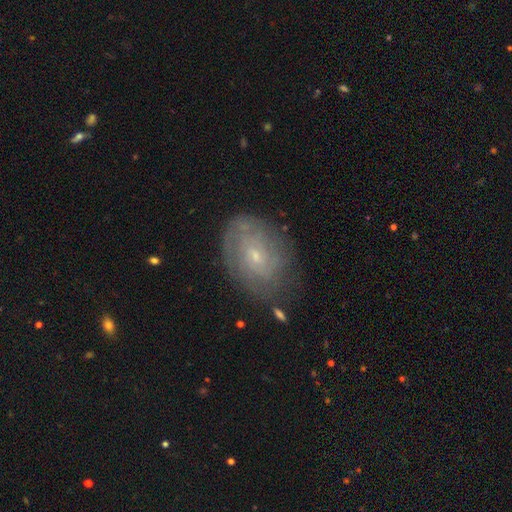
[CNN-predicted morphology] This is likely a featured or disk galaxy (66%). It is clearly not viewed edge-on (96%). Bar: likely no (70%). Spiral arm pattern: clearly yes (81%). Spiral arm count: possibly can't tell (56%). Spiral winding: likely tight (65%). Central bulge: likely small (77%). Merging: likely none (71%).